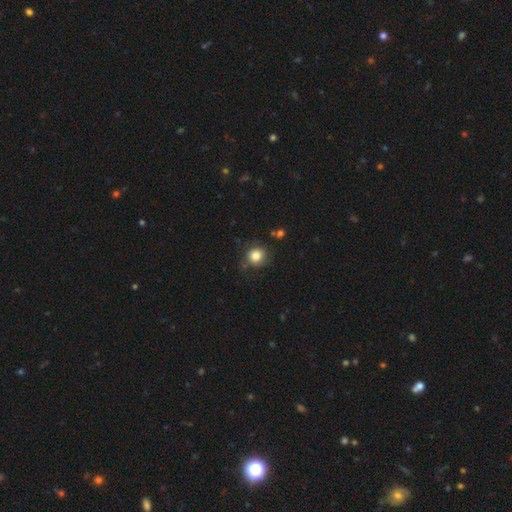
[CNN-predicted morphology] Smooth or featured?
  - smooth: 84% *
  - star or artifact: 10%
  - featured or disk: 6%
How rounded?
  - round: 88% *
  - in between: 12%
  - cigar-shaped: 1%
Merging?
  - none: 76% *
  - minor disturbance: 16%
  - major disturbance: 5%
  - merger: 3%